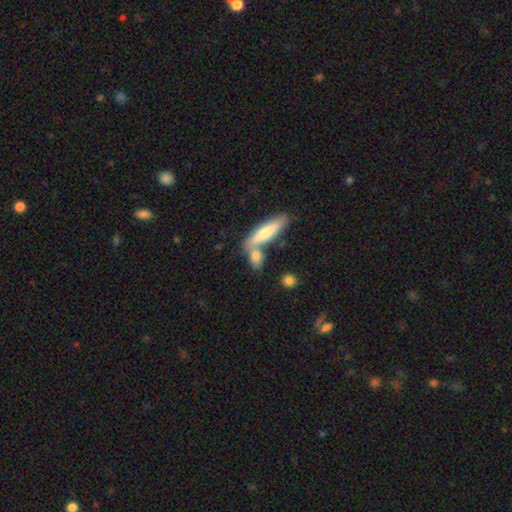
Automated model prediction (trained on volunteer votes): This appears to be a smooth galaxy with no disk features (74%) that is in between round and cigar-shaped (55%). Merging: none (47%).